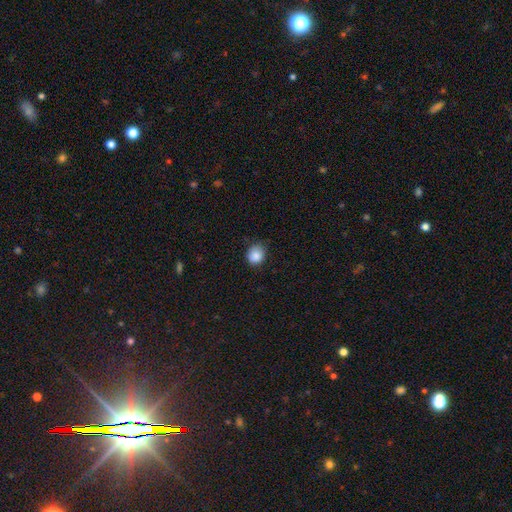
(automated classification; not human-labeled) Overall: smooth (86%). How rounded: round (74%). Merging: none (68%).